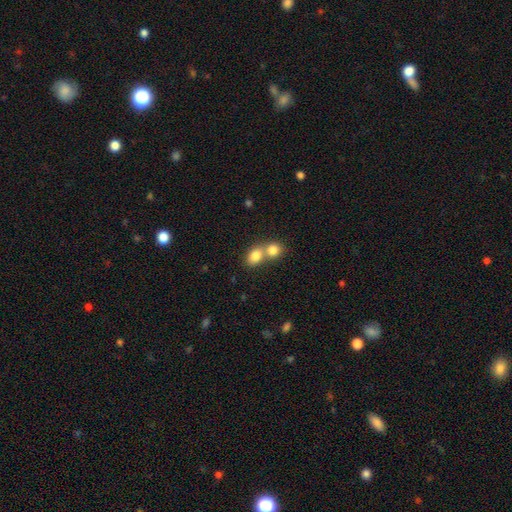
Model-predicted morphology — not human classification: A smooth galaxy with no disk features (81%) that is in between round and cigar-shaped (56%). Merging: merger (63%).